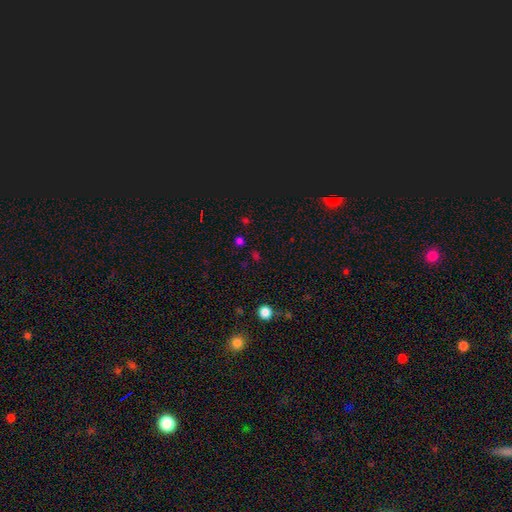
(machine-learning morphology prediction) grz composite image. It shows a smooth galaxy with no disk features (47%, tied with star or artifact). Merging: none (82%).